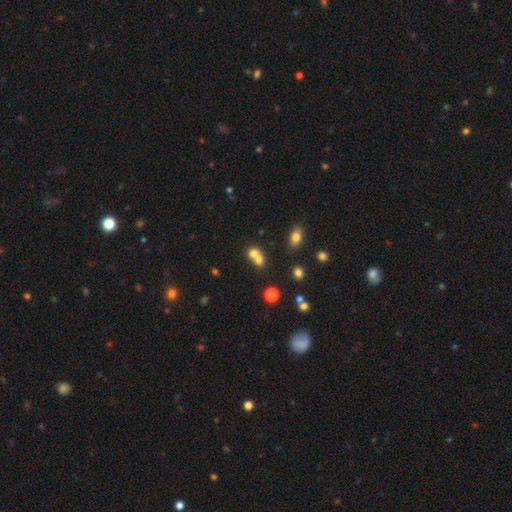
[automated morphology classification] A smooth galaxy with no disk features (70%) that is round (68%).

Vote fractions:
- Smooth or featured? smooth: 70% / featured or disk: 16% / star or artifact: 15%
- How rounded? round: 68% / in between: 30% / cigar-shaped: 1%
- Merging? merger: 62% / none: 29% / minor disturbance: 6% / major disturbance: 3%